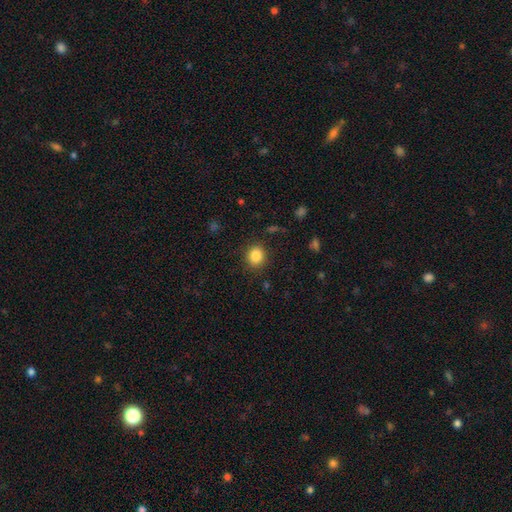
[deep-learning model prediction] Q: Smooth or featured?
A: smooth (85%); runner-up: star or artifact (10%)
Q: How rounded?
A: round (77%); runner-up: in between (22%)
Q: Merging?
A: none (87%); runner-up: minor disturbance (9%)